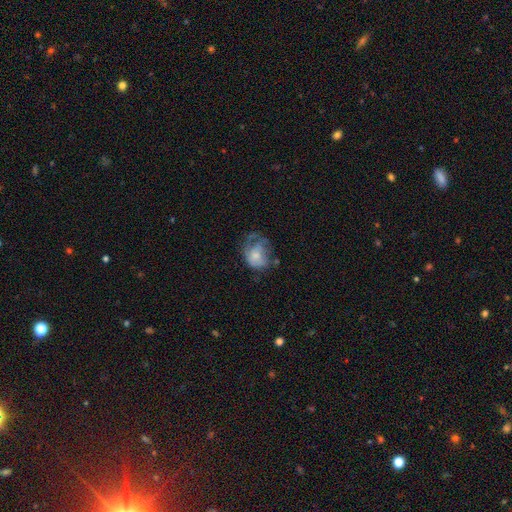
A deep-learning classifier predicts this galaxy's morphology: A smooth galaxy with no disk features (55%) that is in between round and cigar-shaped (51%).

Vote fractions:
- Smooth or featured? smooth: 55% / featured or disk: 37% / star or artifact: 9%
- How rounded? in between: 51% / round: 48% / cigar-shaped: 1%
- Merging? major disturbance: 42% / minor disturbance: 27% / none: 27% / merger: 4%